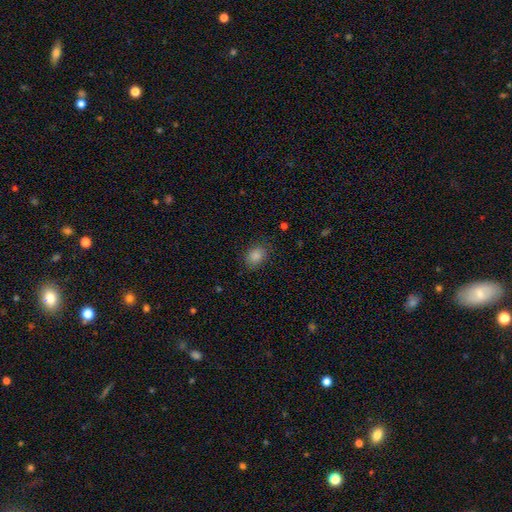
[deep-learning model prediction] Q: Smooth or featured?
A: smooth (86%); runner-up: star or artifact (9%)
Q: How rounded?
A: in between (60%); runner-up: round (39%)
Q: Merging?
A: none (81%); runner-up: minor disturbance (14%)